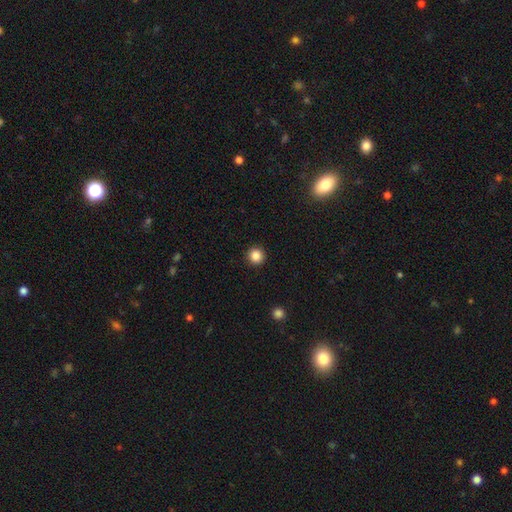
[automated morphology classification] smooth-or-featured: smooth: 85% | star or artifact: 11% | featured or disk: 4%
  how-rounded: round: 96% | in between: 3% | cigar-shaped: 1%
  merging: none: 93% | minor disturbance: 4% | major disturbance: 1% | merger: 1%